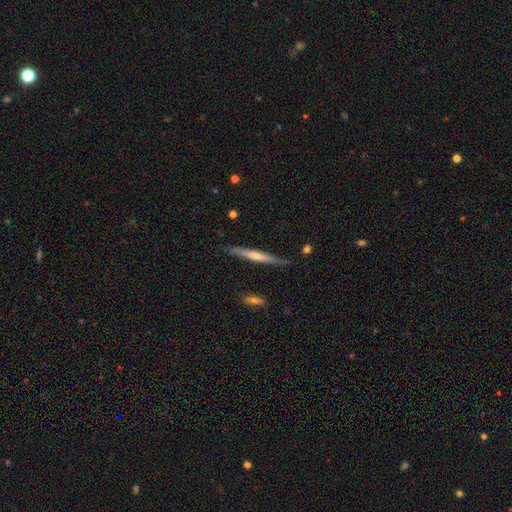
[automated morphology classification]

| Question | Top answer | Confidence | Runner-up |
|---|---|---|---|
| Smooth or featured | featured or disk | 61% | smooth (33%) |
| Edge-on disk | yes | 96% | no (4%) |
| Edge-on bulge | rounded | 47% | none (44%) |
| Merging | none | 83% | minor disturbance (13%) |